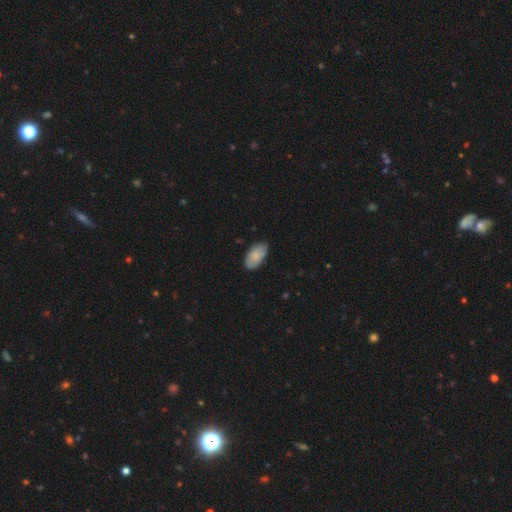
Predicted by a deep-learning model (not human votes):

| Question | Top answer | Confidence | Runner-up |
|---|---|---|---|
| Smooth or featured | smooth | 82% | featured or disk (12%) |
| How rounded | in between | 95% | round (3%) |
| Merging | none | 80% | minor disturbance (16%) |